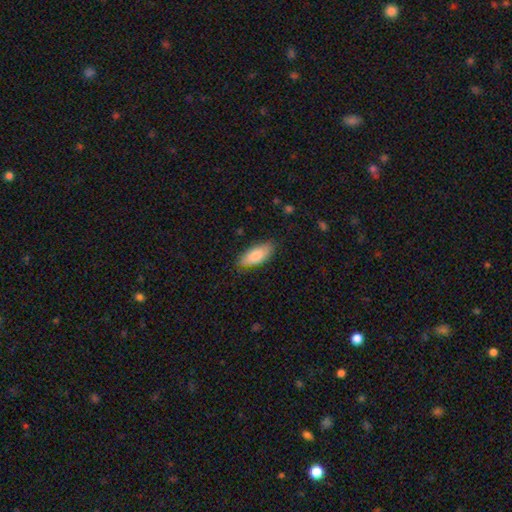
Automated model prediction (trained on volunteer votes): A smooth galaxy with no disk features (81%) that is in between round and cigar-shaped (81%). Merging: none (82%).